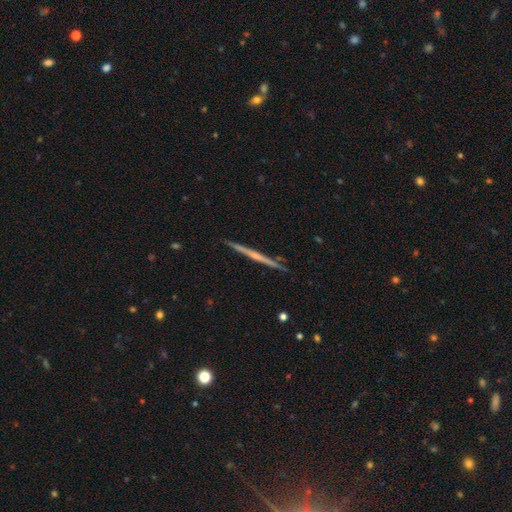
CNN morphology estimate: A featured or disk galaxy (69%) viewed edge-on (98%) with no central bulge (61%).

Vote fractions:
- Smooth or featured? featured or disk: 69% / smooth: 25% / star or artifact: 6%
- Edge-on disk? yes: 98% / no: 2%
- Edge-on bulge? none: 61% / rounded: 33% / boxy: 6%
- Merging? none: 91% / minor disturbance: 6% / major disturbance: 1% / merger: 1%